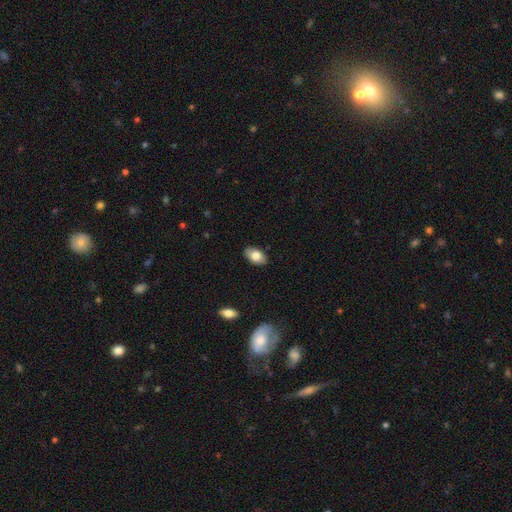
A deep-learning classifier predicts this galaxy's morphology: smooth-or-featured: smooth: 76% | featured or disk: 17% | star or artifact: 7%
  how-rounded: in between: 93% | round: 5% | cigar-shaped: 2%
  merging: none: 87% | minor disturbance: 10% | major disturbance: 2% | merger: 1%